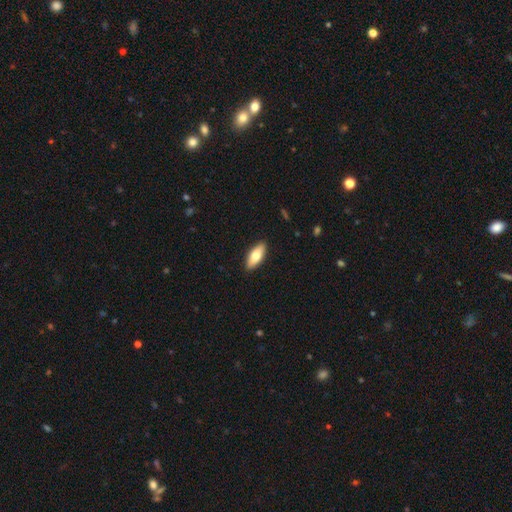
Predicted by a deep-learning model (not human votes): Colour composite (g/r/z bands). It shows a smooth galaxy with no disk features (73%) that is in between round and cigar-shaped (76%). Merging: none (90%).